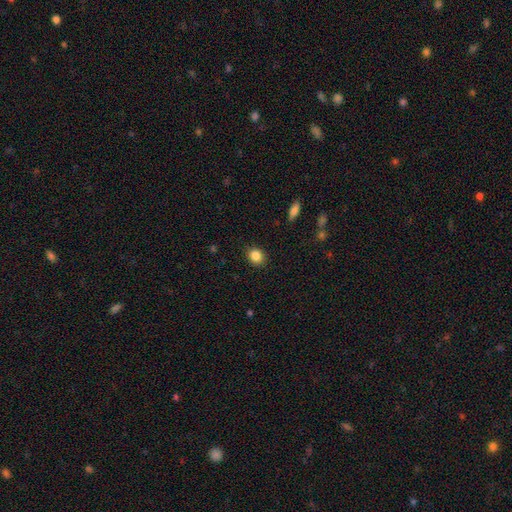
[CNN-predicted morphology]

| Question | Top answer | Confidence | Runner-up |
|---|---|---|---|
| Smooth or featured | smooth | 85% | star or artifact (10%) |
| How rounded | round | 68% | in between (31%) |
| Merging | none | 89% | minor disturbance (8%) |